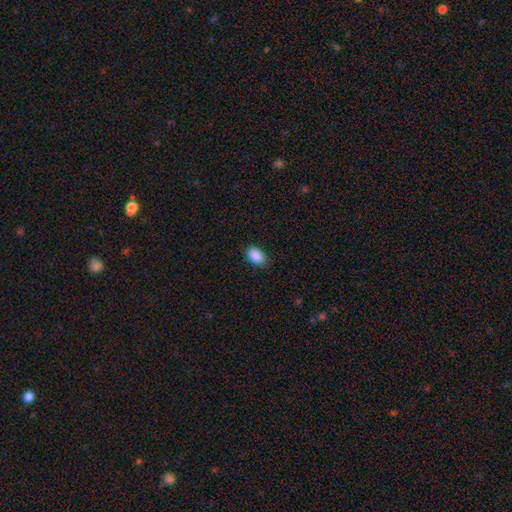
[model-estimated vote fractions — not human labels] A smooth galaxy with no disk features (90%) that is in between round and cigar-shaped (88%).

Vote fractions:
- Smooth or featured? smooth: 90% / star or artifact: 7% / featured or disk: 3%
- How rounded? in between: 88% / round: 11% / cigar-shaped: 1%
- Merging? none: 83% / minor disturbance: 14% / major disturbance: 3% / merger: 1%